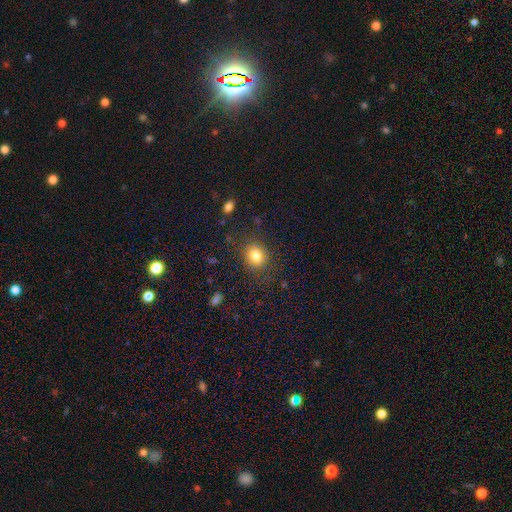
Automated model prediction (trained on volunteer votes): The model was most divided on "how rounded": round: 72%, in between: 27%, cigar-shaped: 1%. More confident: merging — none (82%); smooth or featured — smooth (81%).